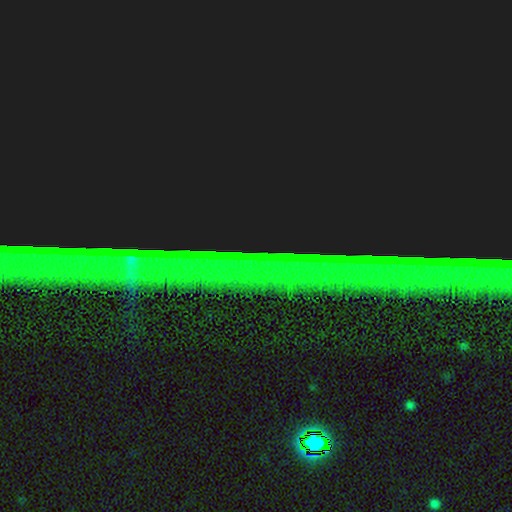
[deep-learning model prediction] A star or artifact, not a galaxy (82%).